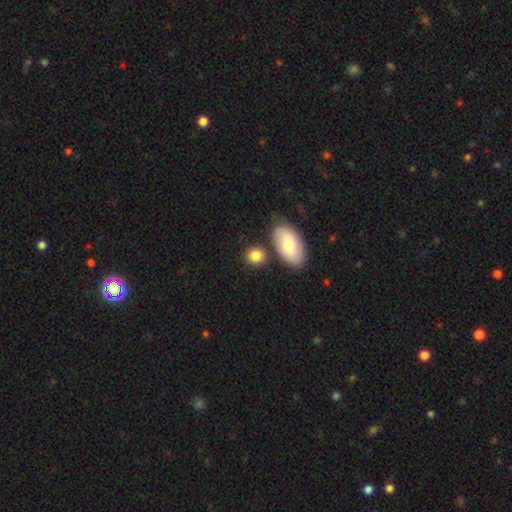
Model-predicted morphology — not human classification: Smooth or featured? smooth (83%)
How rounded? round (63%)
Merging? none (74%)